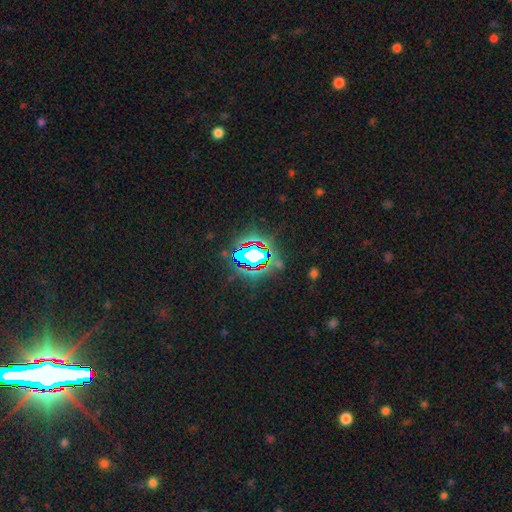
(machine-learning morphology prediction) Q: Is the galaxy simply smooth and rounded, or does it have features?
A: star or artifact — 73%.